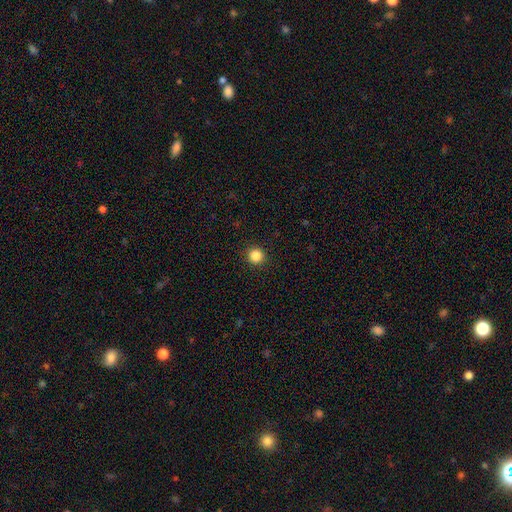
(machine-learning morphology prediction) type=smooth (86%); roundness=round (95%); merging=none (93%).